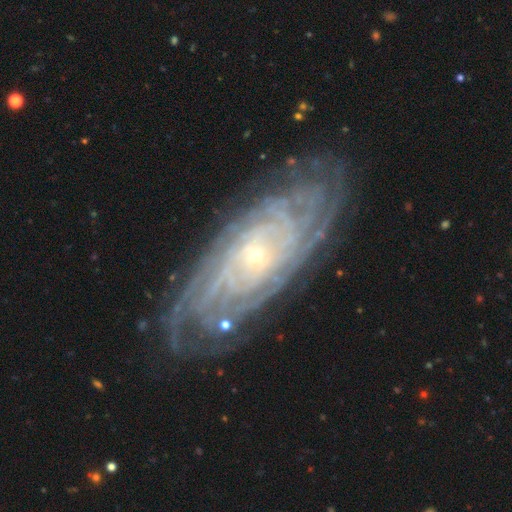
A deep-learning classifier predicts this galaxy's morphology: featured or disk 89%, star or artifact 6%, smooth 5%. Down the decision tree: edge-on disk — no (93%); bar — no (76%); spiral arms — yes (98%); spiral arm count — more than 4 (34%); spiral winding — tight (86%); bulge size — small (83%); merging — none (82%).